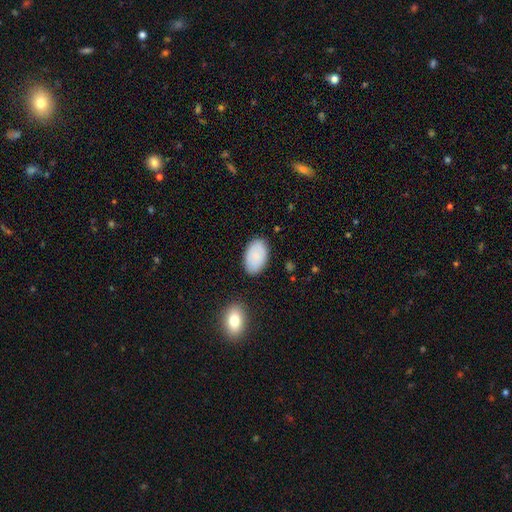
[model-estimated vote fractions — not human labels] smooth-or-featured: smooth: 83% | featured or disk: 10% | star or artifact: 7%
  how-rounded: in between: 93% | round: 6% | cigar-shaped: 1%
  merging: none: 84% | minor disturbance: 11% | major disturbance: 3% | merger: 2%